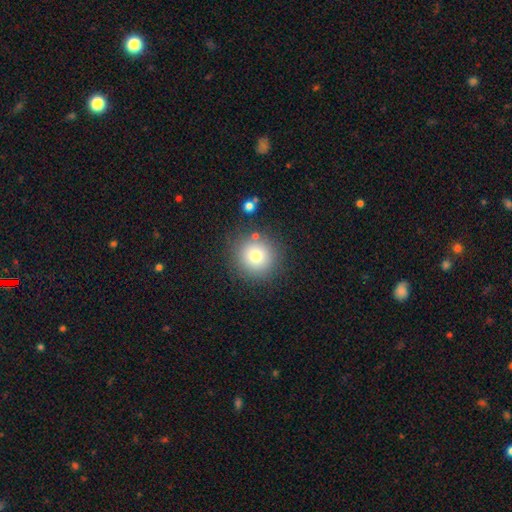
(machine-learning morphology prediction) This appears to be a smooth galaxy with no disk features (76%) that is round (94%). Merging: none (83%).